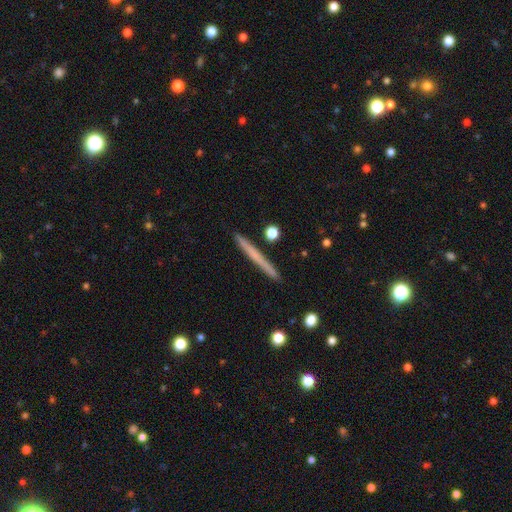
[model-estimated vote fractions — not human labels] The model was most divided on "smooth or featured": smooth: 53%, featured or disk: 41%, star or artifact: 6%. More confident: how rounded — cigar-shaped (97%); merging — none (91%).